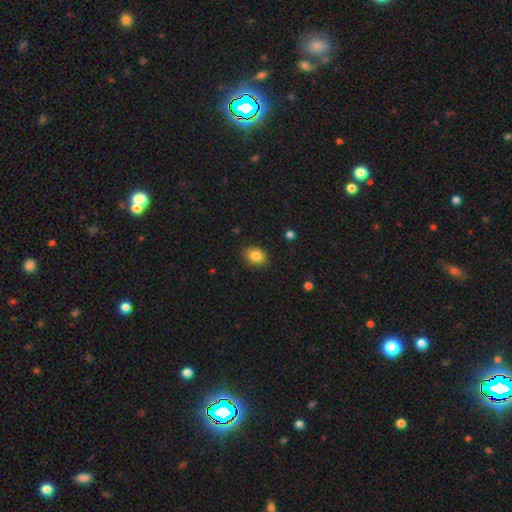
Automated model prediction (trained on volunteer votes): This appears to be a smooth galaxy with no disk features (85%) that is in between round and cigar-shaped (67%). Merging: none (88%).